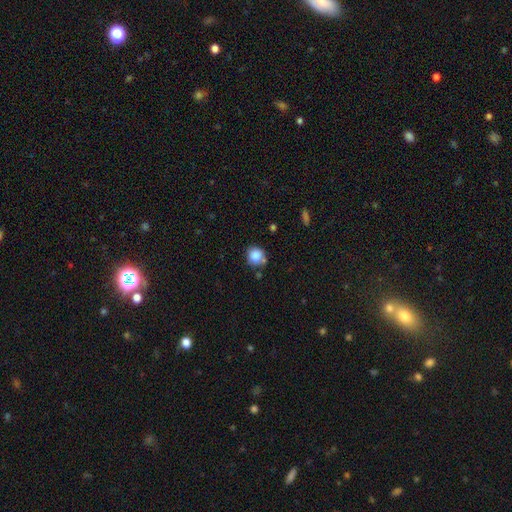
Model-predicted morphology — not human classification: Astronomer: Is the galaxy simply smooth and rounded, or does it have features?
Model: smooth — 85%.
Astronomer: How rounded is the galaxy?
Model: round — 86%.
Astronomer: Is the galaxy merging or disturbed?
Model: none — 68%.